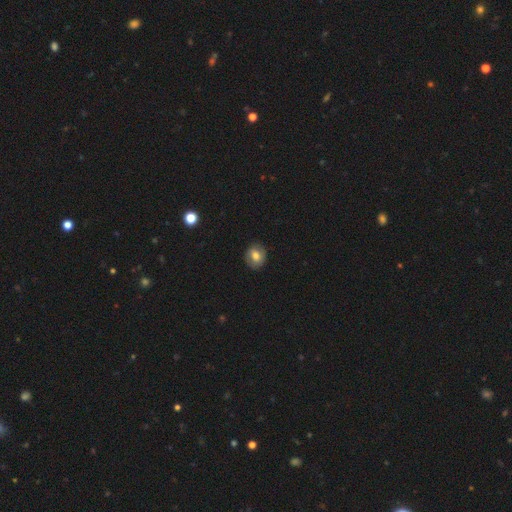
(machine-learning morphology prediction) Overall: smooth (72%). How rounded: round (72%). Merging: none (86%).